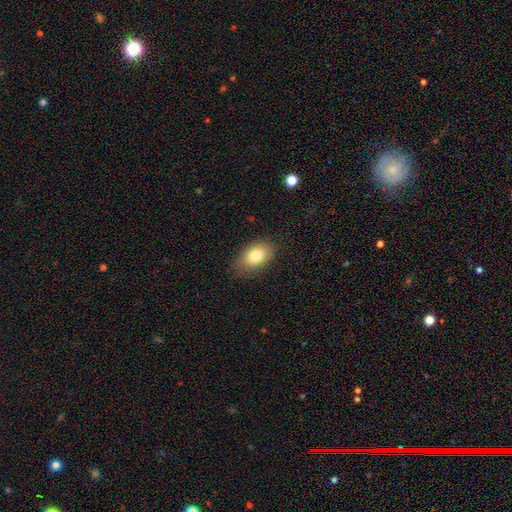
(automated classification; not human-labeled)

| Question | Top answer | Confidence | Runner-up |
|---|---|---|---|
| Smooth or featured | smooth | 79% | featured or disk (12%) |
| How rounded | in between | 88% | round (11%) |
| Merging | none | 81% | minor disturbance (15%) |